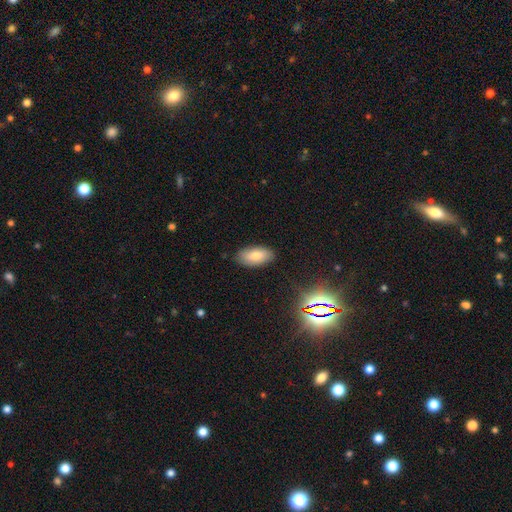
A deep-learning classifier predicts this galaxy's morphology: This appears to be a smooth galaxy with no disk features (74%) that is in between round and cigar-shaped (92%). Merging: none (85%).